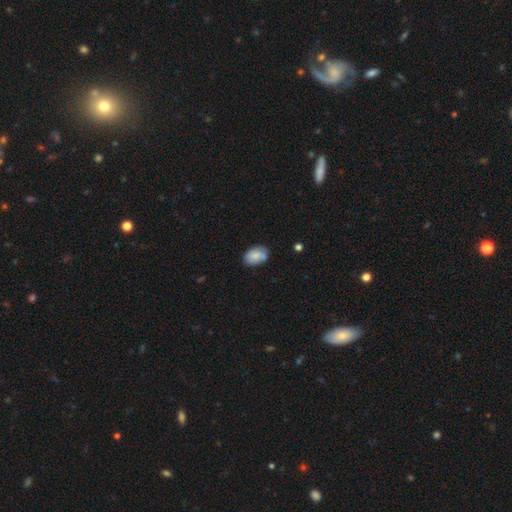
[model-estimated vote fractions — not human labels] Morphology: type=smooth (75%); roundness=in between (87%); merging=none (67%).